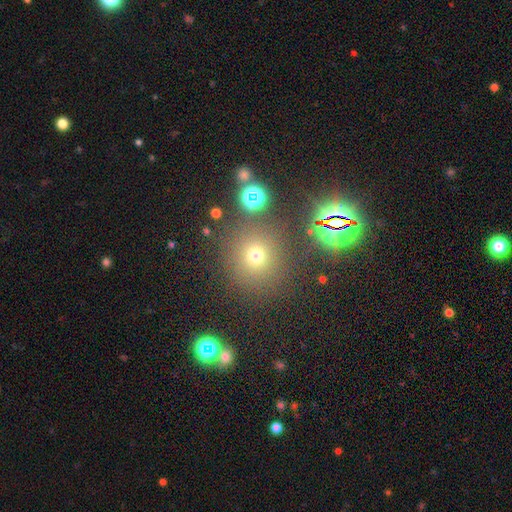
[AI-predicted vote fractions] A smooth galaxy with no disk features (65%) that is round (92%). Merging: none (82%).